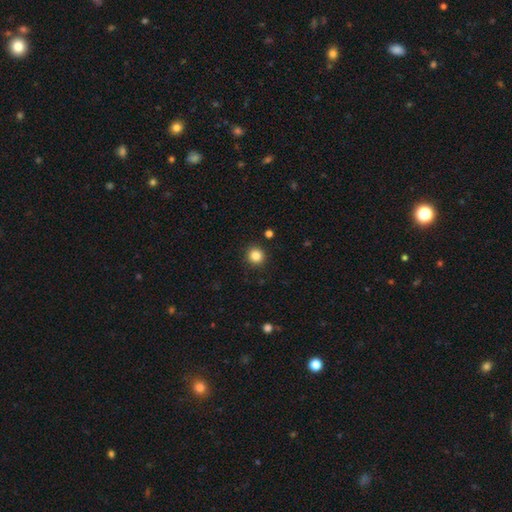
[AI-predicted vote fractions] Morphology: type=smooth (84%); roundness=round (93%); merging=none (91%).